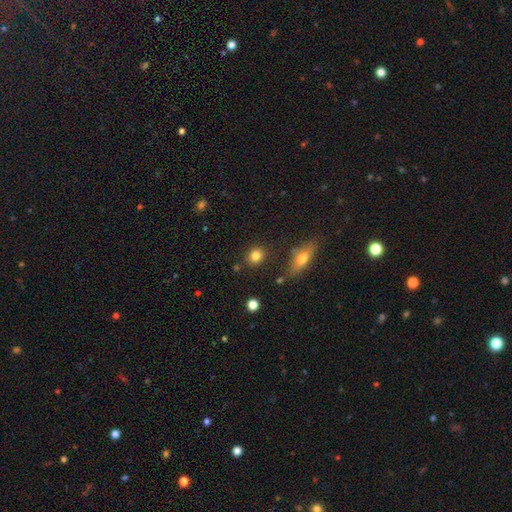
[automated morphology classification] Overall: smooth (83%). How rounded: round (79%). Merging: none (83%).